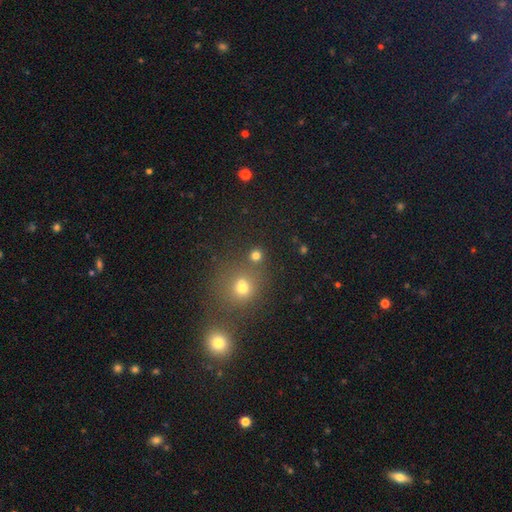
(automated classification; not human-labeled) Smooth or featured? smooth (75%)
How rounded? round (89%)
Merging? none (73%)